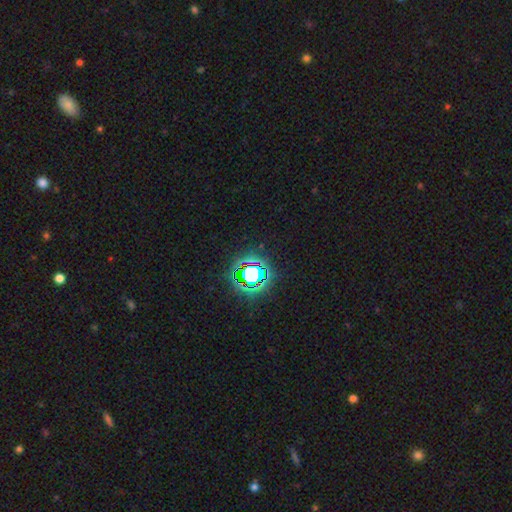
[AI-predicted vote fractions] Morphology: type=star or artifact (82%).